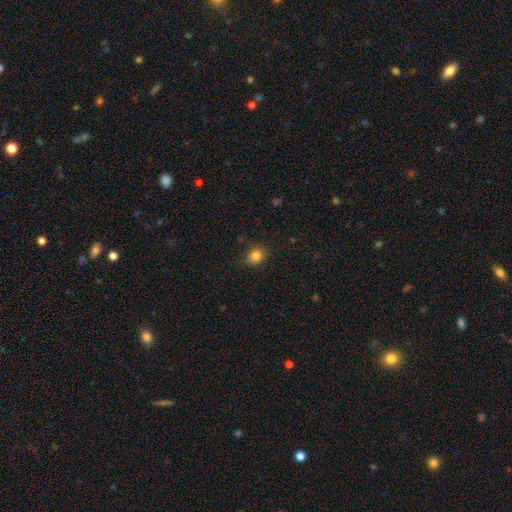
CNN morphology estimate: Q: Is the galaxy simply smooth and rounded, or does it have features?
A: smooth — 82%.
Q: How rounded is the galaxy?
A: round — 53%.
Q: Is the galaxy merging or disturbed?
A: none — 82%.